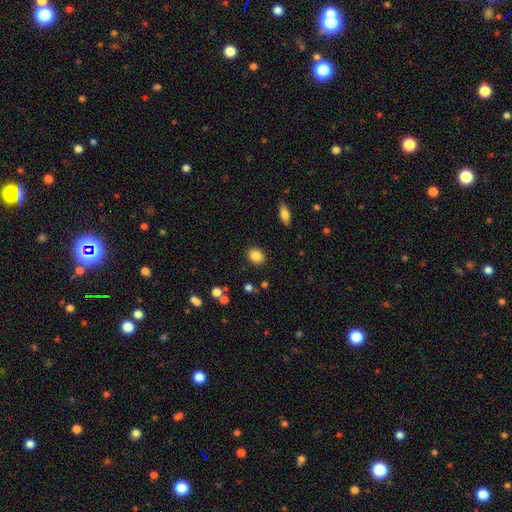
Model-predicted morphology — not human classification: Smooth or featured? Predicted: smooth (p=0.86). How rounded? Predicted: in between (p=0.53). Merging? Predicted: none (p=0.87).